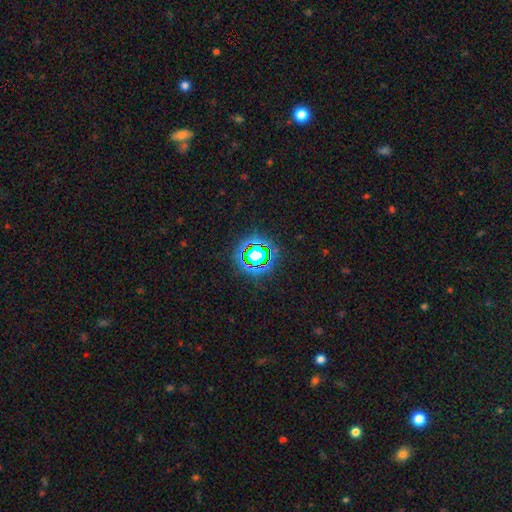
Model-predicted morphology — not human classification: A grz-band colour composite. It shows a star or artifact, not a galaxy (69%).